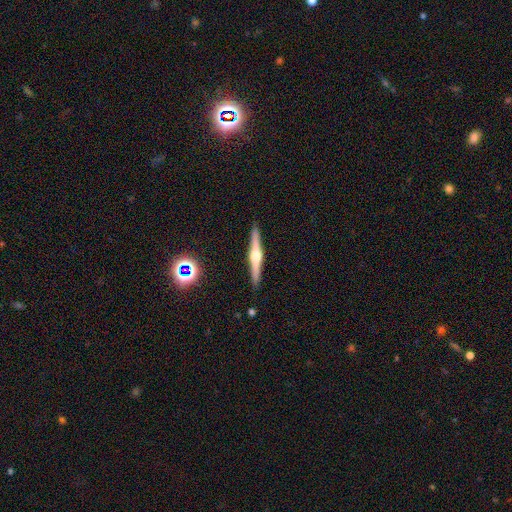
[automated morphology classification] type=featured or disk (80%); edge-on=yes (98%); edge-on bulge=rounded (94%); merging=none (92%).